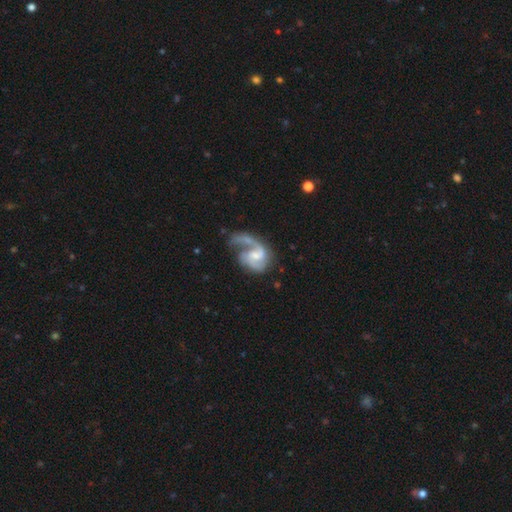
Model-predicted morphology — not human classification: This is clearly a featured or disk galaxy (83%). It is clearly not viewed edge-on (98%). Bar: possibly weak (47%). Spiral arm pattern: clearly yes (94%). Spiral arm count: possibly 2 (46%). Spiral winding: marginally loose (44%). Central bulge: marginally small (43%). Merging: marginally major disturbance (39%).